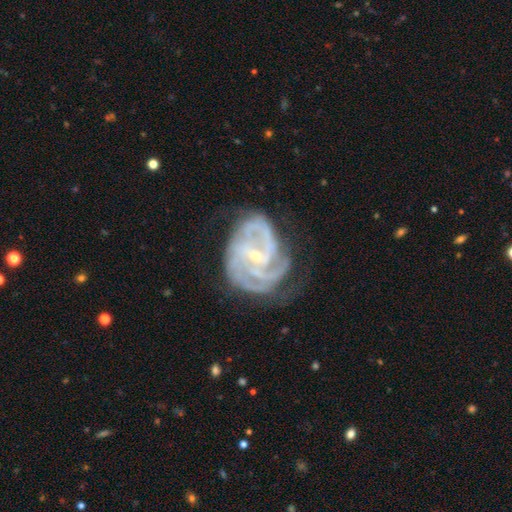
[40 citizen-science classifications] Smooth or featured?
  - featured or disk: 90% *
  - smooth: 8%
  - star or artifact: 2%
Edge-on disk?
  - no: 100% *
  - yes: 0%
Bar?
  - weak: 56% *
  - no: 28%
  - strong: 17%
Spiral arms?
  - yes: 97% *
  - no: 3%
Spiral winding?
  - tight: 46% * (tied)
  - medium: 46% * (tied)
  - loose: 9%
Spiral arm count?
  - 3: 66% *
  - can't tell: 17%
  - 2: 14%
  - 4: 3%
  - 1: 0%
  - more than 4: 0%
Bulge size?
  - small: 64% *
  - moderate: 36%
  - dominant: 0%
  - large: 0%
  - none: 0%
Merging?
  - none: 44% *
  - minor disturbance: 28%
  - major disturbance: 28%
  - merger: 0%